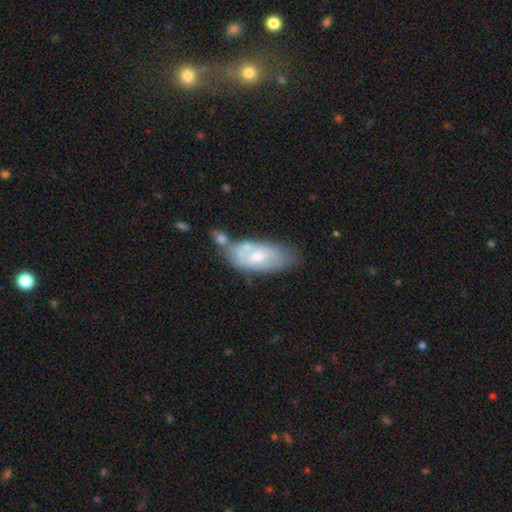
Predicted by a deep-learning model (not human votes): This appears to be a smooth galaxy with no disk features (48%). Merging: none (39%).